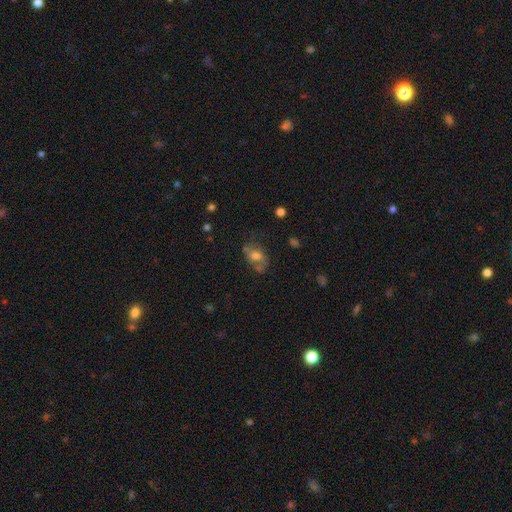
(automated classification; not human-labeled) Smooth or featured? smooth (55%)
How rounded? in between (81%)
Merging? none (47%)